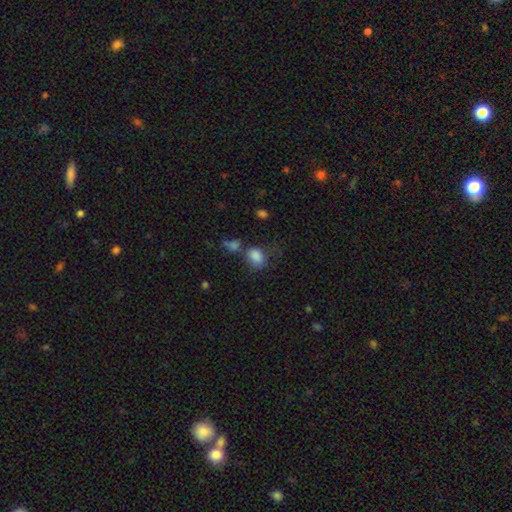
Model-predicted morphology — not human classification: A smooth galaxy with no disk features (83%) that is in between round and cigar-shaped (62%). Merging: none (45%).